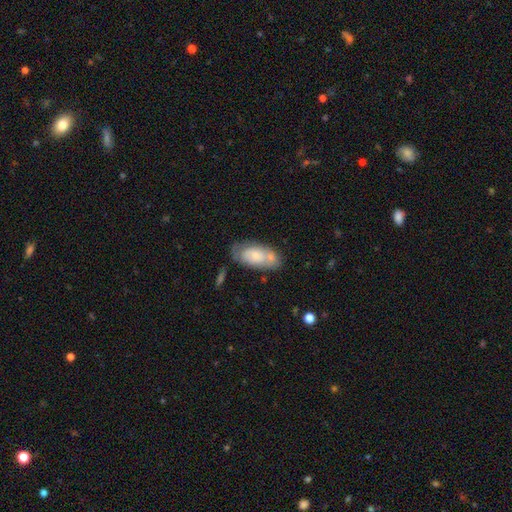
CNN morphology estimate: type=smooth (61%); roundness=in between (90%); merging=none (50%).